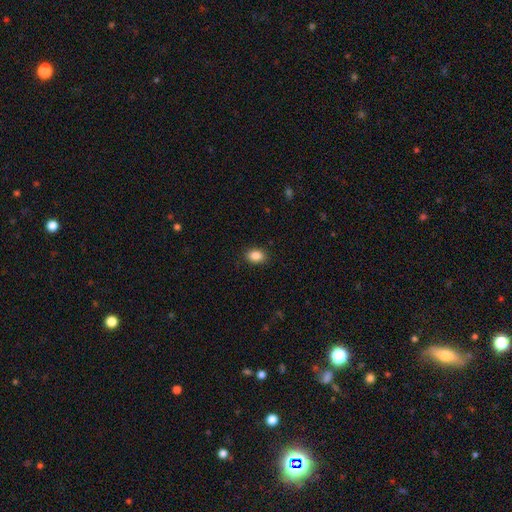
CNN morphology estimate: Q: Smooth or featured?
A: smooth (87%); runner-up: star or artifact (9%)
Q: How rounded?
A: in between (77%); runner-up: round (22%)
Q: Merging?
A: none (89%); runner-up: minor disturbance (8%)